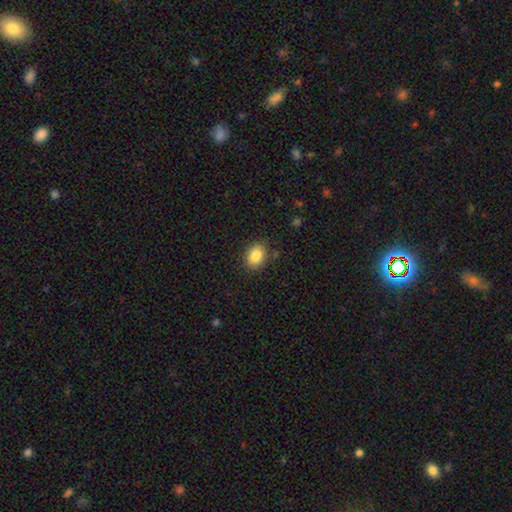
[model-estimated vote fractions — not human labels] Smooth or featured?
  - smooth: 85% *
  - star or artifact: 9%
  - featured or disk: 6%
How rounded?
  - in between: 65% *
  - round: 34%
  - cigar-shaped: 1%
Merging?
  - none: 85% *
  - minor disturbance: 11%
  - major disturbance: 3%
  - merger: 2%